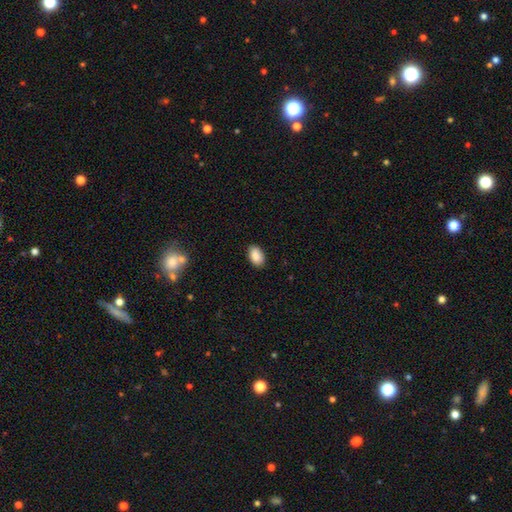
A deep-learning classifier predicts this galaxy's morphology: type=smooth (89%); roundness=in between (91%); merging=none (88%).